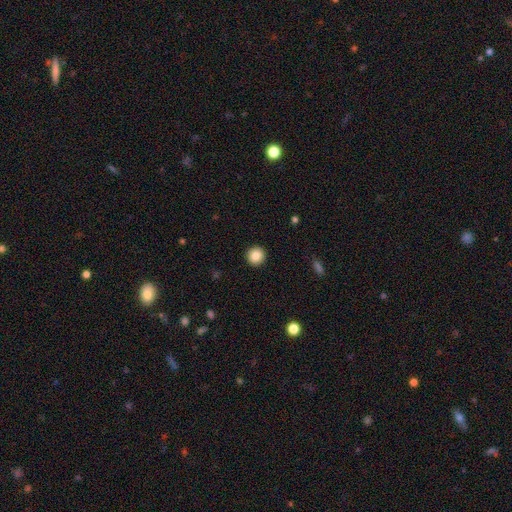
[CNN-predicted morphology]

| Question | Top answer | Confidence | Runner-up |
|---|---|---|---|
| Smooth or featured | smooth | 86% | star or artifact (9%) |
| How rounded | round | 95% | in between (4%) |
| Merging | none | 93% | minor disturbance (4%) |